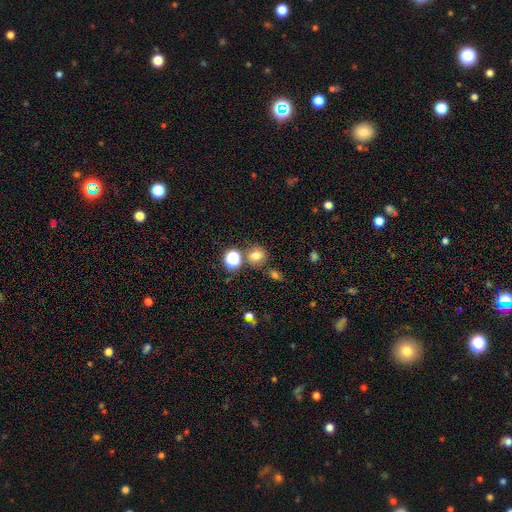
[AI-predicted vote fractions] smooth-or-featured: smooth: 72% | star or artifact: 20% | featured or disk: 9%
  how-rounded: round: 70% | in between: 29% | cigar-shaped: 1%
  merging: none: 72% | minor disturbance: 12% | merger: 12% | major disturbance: 4%